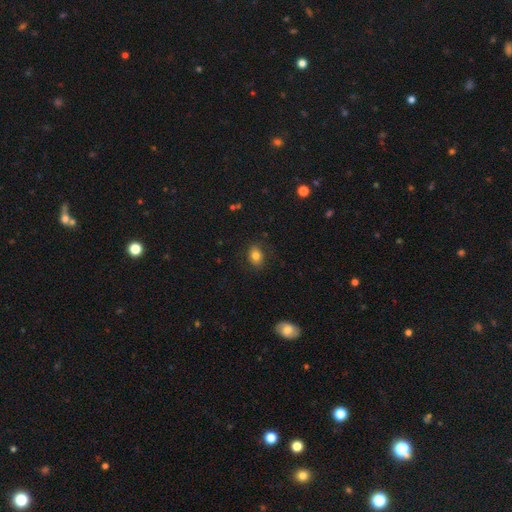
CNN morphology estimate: type=smooth (79%); roundness=in between (65%); merging=none (82%).